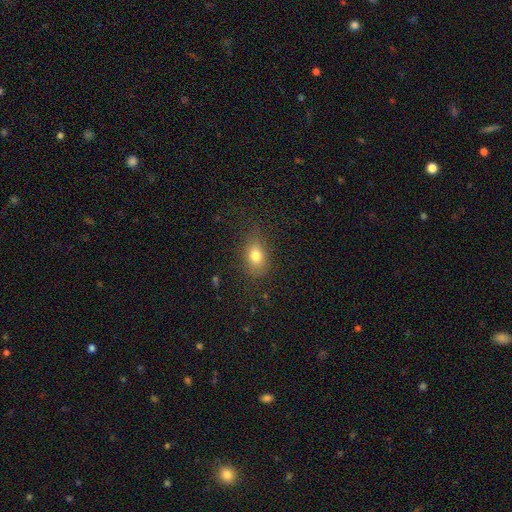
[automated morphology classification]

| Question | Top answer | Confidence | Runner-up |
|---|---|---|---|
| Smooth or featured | smooth | 78% | star or artifact (11%) |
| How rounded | in between | 74% | round (23%) |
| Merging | none | 75% | minor disturbance (17%) |